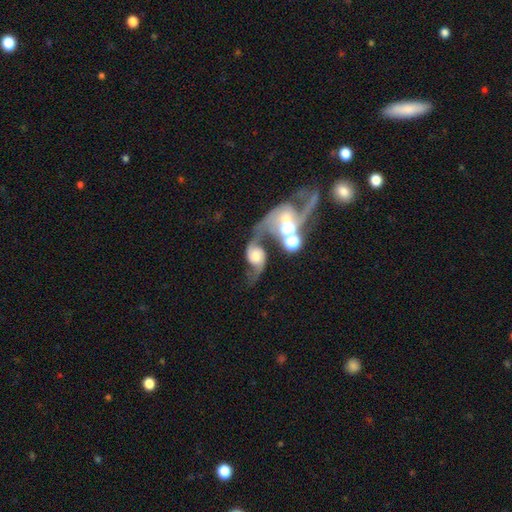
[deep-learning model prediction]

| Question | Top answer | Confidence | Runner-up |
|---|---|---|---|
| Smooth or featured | featured or disk | 83% | smooth (10%) |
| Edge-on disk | no | 96% | yes (4%) |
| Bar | no | 65% | weak (27%) |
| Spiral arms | yes | 96% | no (4%) |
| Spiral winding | loose | 80% | medium (17%) |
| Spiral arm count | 2 | 93% | 1 (2%) |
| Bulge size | moderate | 40% | large (24%) |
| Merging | none | 43% | merger (28%) |